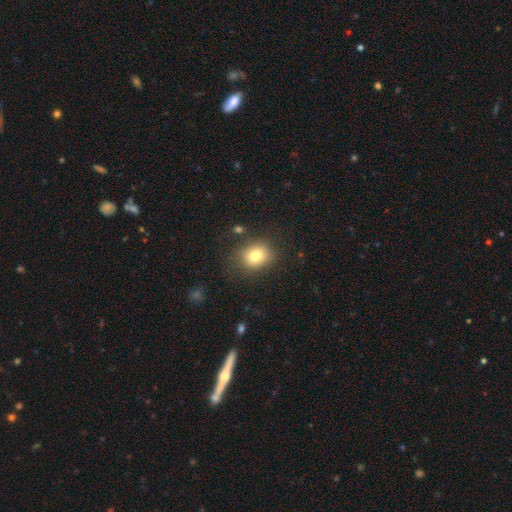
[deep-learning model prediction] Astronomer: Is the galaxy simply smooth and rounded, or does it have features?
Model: smooth — 79%.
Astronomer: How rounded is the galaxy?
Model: round — 61% (runner-up: in between, 38%).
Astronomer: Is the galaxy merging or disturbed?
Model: none — 79%.